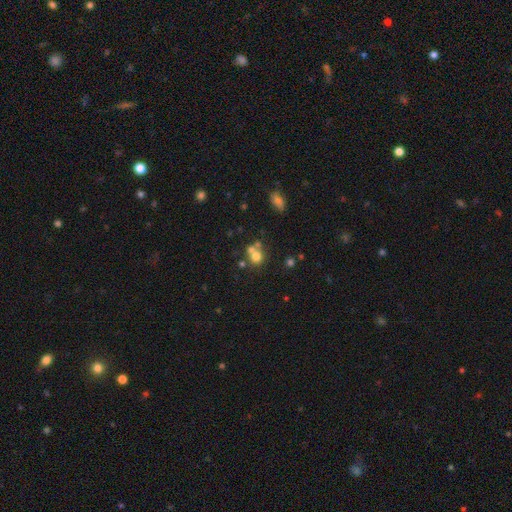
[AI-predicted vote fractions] Morphology: type=smooth (68%); roundness=round (81%); merging=none (44%).